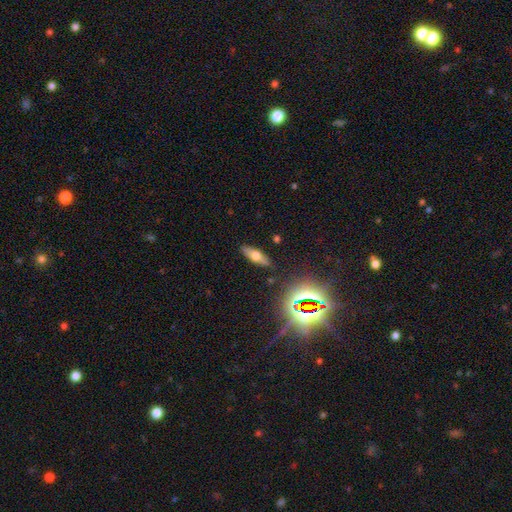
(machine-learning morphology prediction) Smooth or featured? smooth (51%)
How rounded? in between (50%)
Merging? none (87%)